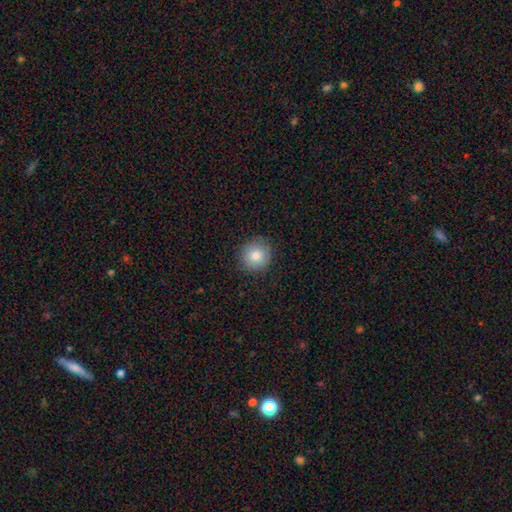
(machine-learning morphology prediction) Smooth or featured? Predicted: smooth (p=0.82). How rounded? Predicted: round (p=0.90). Merging? Predicted: none (p=0.88).